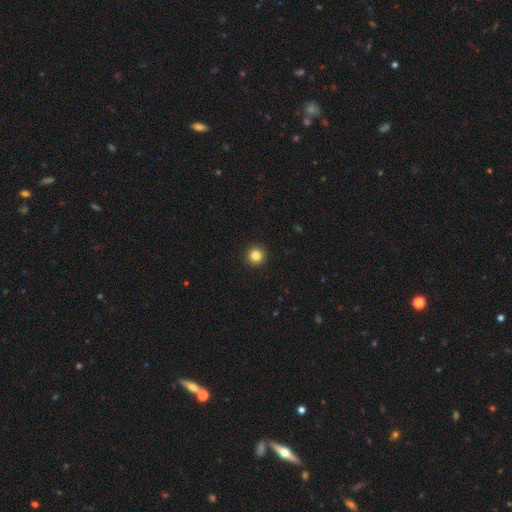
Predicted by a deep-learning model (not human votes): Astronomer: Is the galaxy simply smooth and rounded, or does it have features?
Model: smooth — 84%.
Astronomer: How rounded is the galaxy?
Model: round — 96%.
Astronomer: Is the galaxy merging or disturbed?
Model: none — 94%.